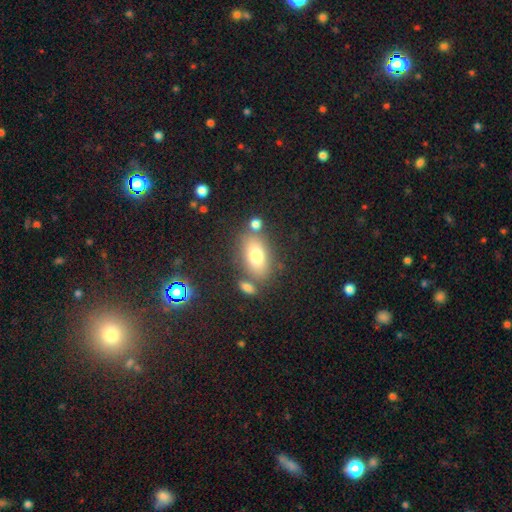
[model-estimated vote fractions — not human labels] Smooth or featured? Predicted: smooth (p=0.73). How rounded? Predicted: in between (p=0.84). Merging? Predicted: none (p=0.71).